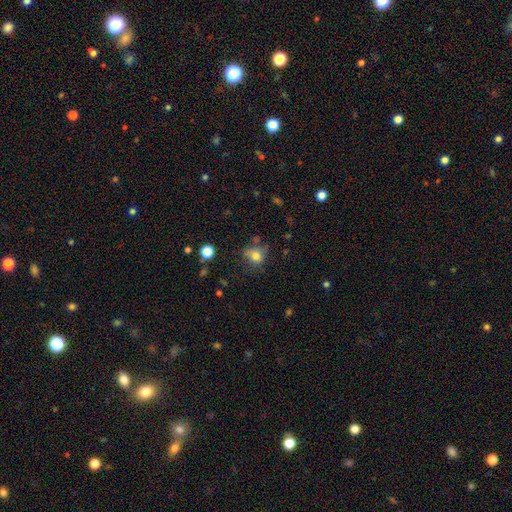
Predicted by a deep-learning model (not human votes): smooth-or-featured: smooth: 75% | star or artifact: 13% | featured or disk: 11%
  how-rounded: round: 74% | in between: 25% | cigar-shaped: 1%
  merging: none: 61% | minor disturbance: 24% | major disturbance: 10% | merger: 5%